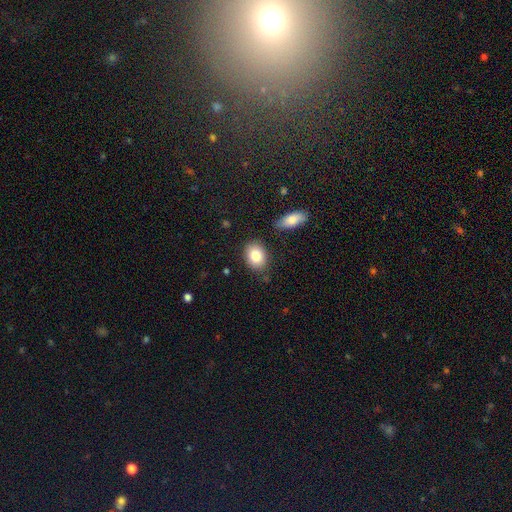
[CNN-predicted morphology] The model was most divided on "how rounded": in between: 71%, round: 27%, cigar-shaped: 1%. More confident: smooth or featured — smooth (84%); merging — none (82%).